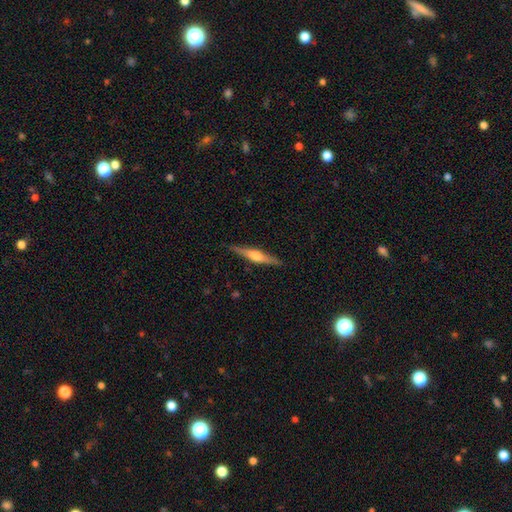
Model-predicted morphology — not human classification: A featured or disk galaxy (69%) viewed edge-on (98%) with a rounded central bulge (86%). Merging: none (89%).